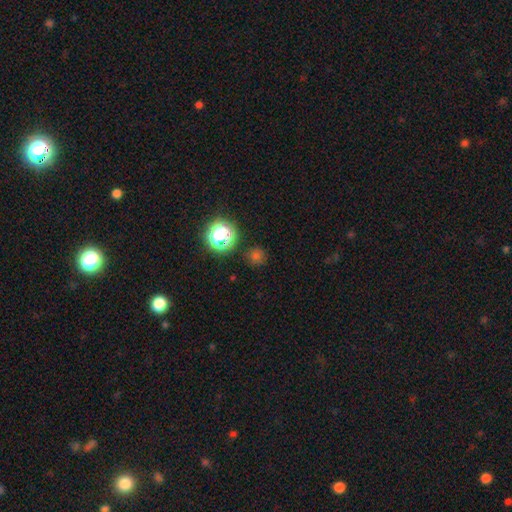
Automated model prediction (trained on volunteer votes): Smooth or featured? Predicted: smooth (p=0.55). How rounded? Predicted: round (p=0.91). Merging? Predicted: none (p=0.85).